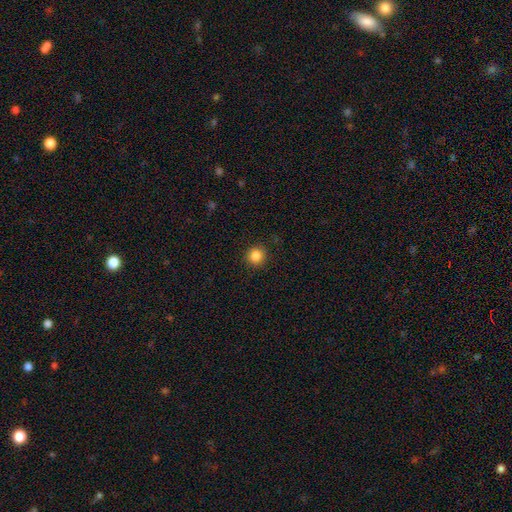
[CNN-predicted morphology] This is clearly a smooth galaxy (85%). How rounded: clearly round (93%). Merging: clearly none (91%).